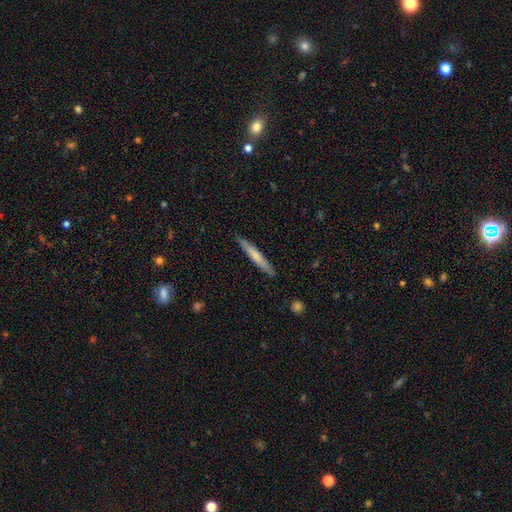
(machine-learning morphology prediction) type=smooth (59%); roundness=cigar-shaped (95%); merging=none (89%).